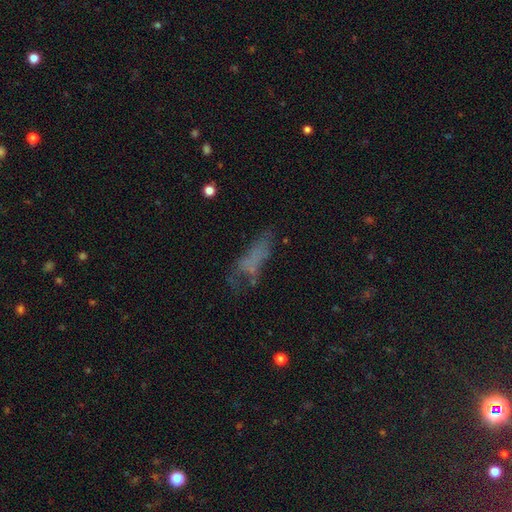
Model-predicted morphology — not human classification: This appears to be a smooth galaxy with no disk features (45%). Merging: none (44%).